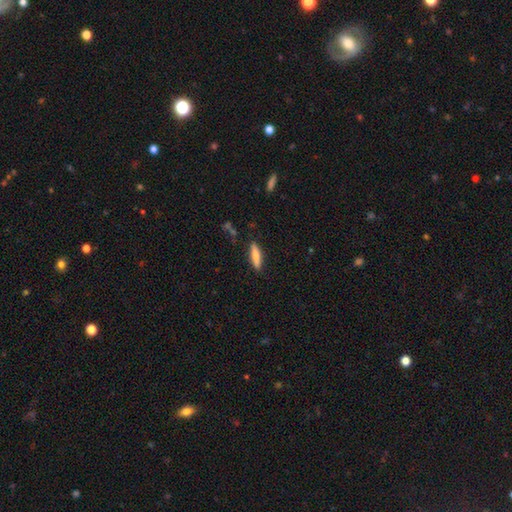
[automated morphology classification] smooth_or_featured: smooth (p=0.76) [alt: featured or disk p=0.18]
how_rounded: cigar-shaped (p=0.73) [alt: in between p=0.25]
merging: none (p=0.87) [alt: minor disturbance p=0.09]